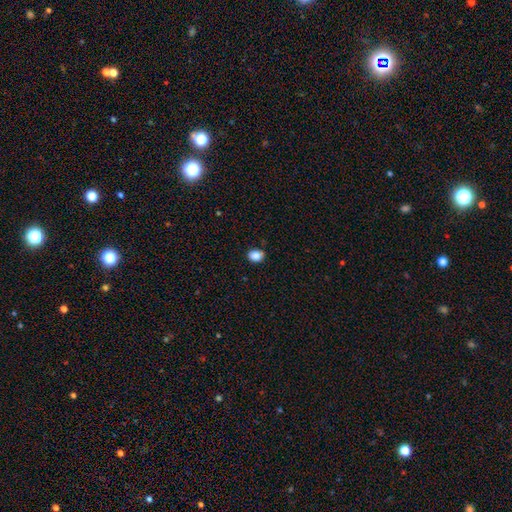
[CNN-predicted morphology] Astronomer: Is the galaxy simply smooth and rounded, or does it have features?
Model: smooth — 86%.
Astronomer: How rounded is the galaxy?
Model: in between — 55% (runner-up: round, 44%).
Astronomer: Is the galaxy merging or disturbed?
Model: none — 82%.